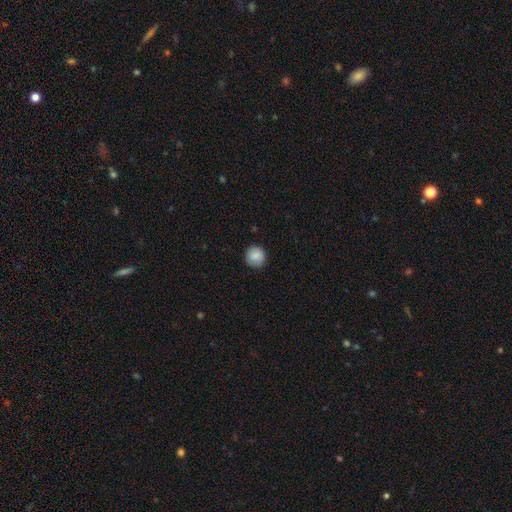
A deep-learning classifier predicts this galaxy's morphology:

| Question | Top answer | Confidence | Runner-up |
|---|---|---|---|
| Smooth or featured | smooth | 86% | star or artifact (8%) |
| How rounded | round | 92% | in between (7%) |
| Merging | none | 87% | minor disturbance (10%) |